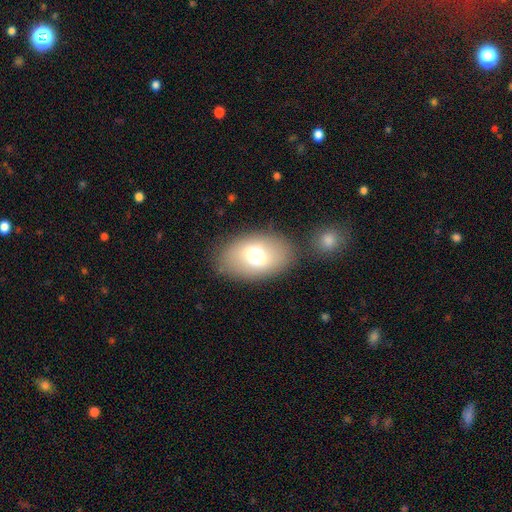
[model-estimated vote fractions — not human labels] This is likely a smooth galaxy (67%). How rounded: clearly in between (86%). Merging: likely none (79%).